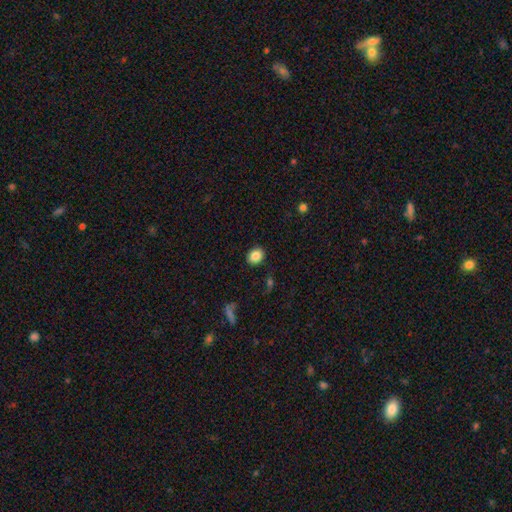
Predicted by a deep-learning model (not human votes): This is clearly a smooth galaxy (86%). How rounded: possibly round (56%). Merging: clearly none (88%).